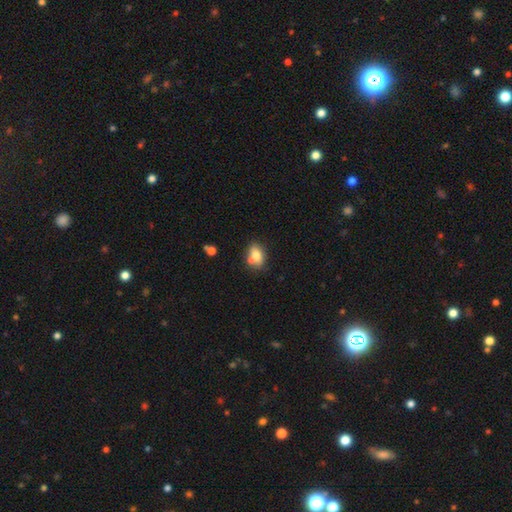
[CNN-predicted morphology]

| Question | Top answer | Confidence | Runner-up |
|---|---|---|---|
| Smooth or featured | smooth | 71% | featured or disk (20%) |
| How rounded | in between | 70% | round (27%) |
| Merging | none | 52% | merger (27%) |